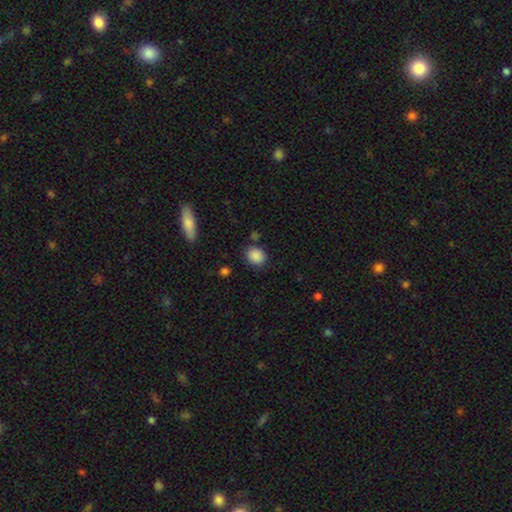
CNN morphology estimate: smooth_or_featured: smooth (p=0.88) [alt: star or artifact p=0.09]
how_rounded: round (p=0.61) [alt: in between p=0.38]
merging: none (p=0.80) [alt: minor disturbance p=0.13]